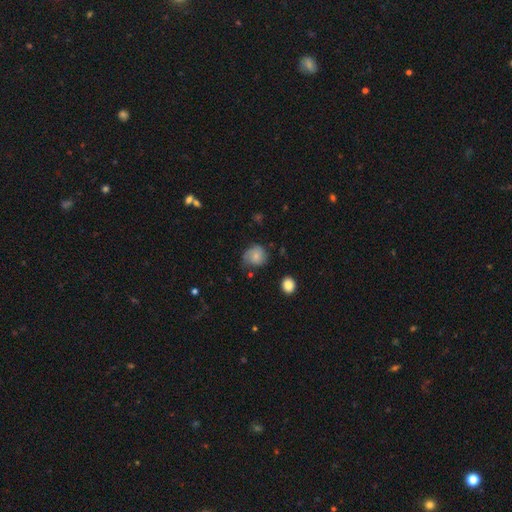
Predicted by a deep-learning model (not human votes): smooth-or-featured: smooth: 70% | featured or disk: 21% | star or artifact: 9%
  how-rounded: round: 73% | in between: 26% | cigar-shaped: 1%
  merging: none: 55% | minor disturbance: 32% | major disturbance: 11% | merger: 2%